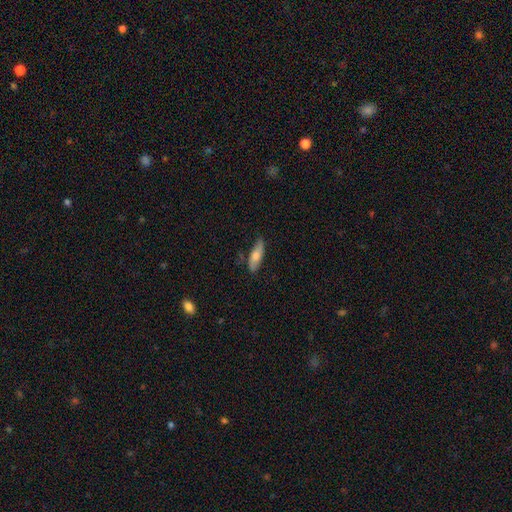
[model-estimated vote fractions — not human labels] smooth-or-featured: smooth: 66% | featured or disk: 29% | star or artifact: 6%
  how-rounded: in between: 51% | cigar-shaped: 47% | round: 2%
  merging: none: 79% | minor disturbance: 17% | major disturbance: 3% | merger: 2%